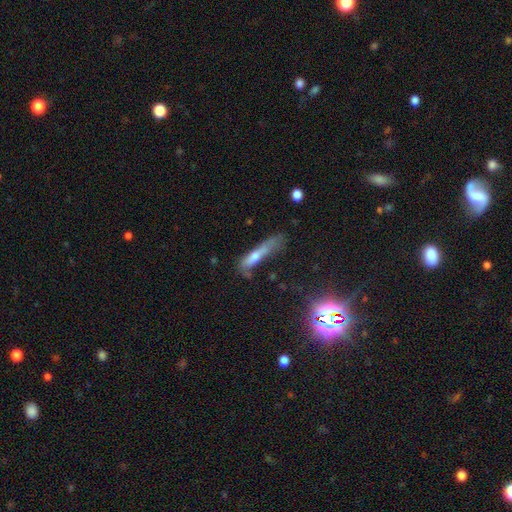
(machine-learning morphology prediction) smooth-or-featured: smooth: 53% | featured or disk: 35% | star or artifact: 12%
  how-rounded: cigar-shaped: 81% | in between: 16% | round: 3%
  merging: none: 32% (tied) | major disturbance: 32% (tied) | minor disturbance: 28% | merger: 8%